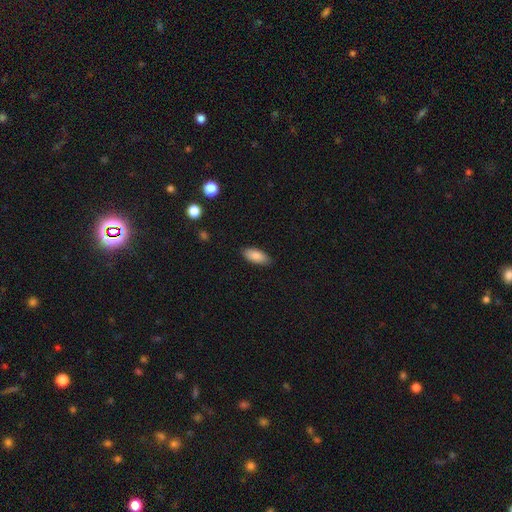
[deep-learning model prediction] smooth-or-featured: smooth: 86% | featured or disk: 7% | star or artifact: 7%
  how-rounded: in between: 84% | cigar-shaped: 14% | round: 2%
  merging: none: 84% | minor disturbance: 12% | major disturbance: 2% | merger: 1%